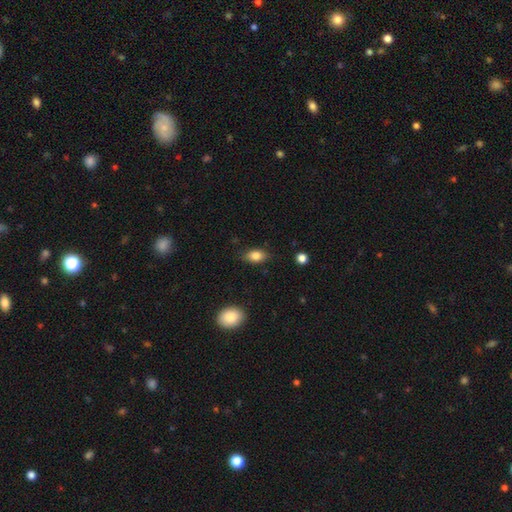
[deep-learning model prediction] Overall: smooth (83%). How rounded: in between (84%). Merging: none (81%).